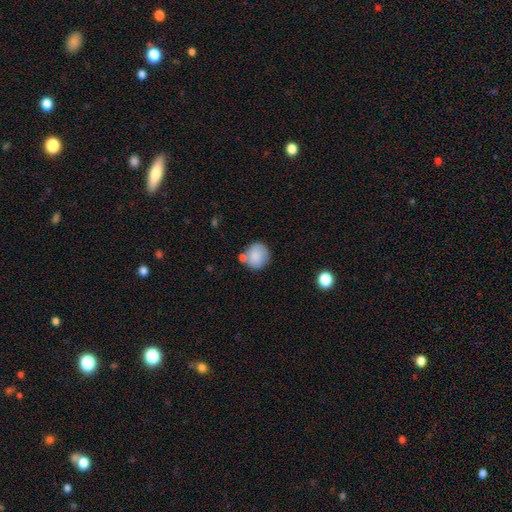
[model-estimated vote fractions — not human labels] Smooth or featured: smooth — 83% (featured or disk — 10%)
How rounded: round — 87% (in between — 12%)
Merging: none — 63% (minor disturbance — 17%)